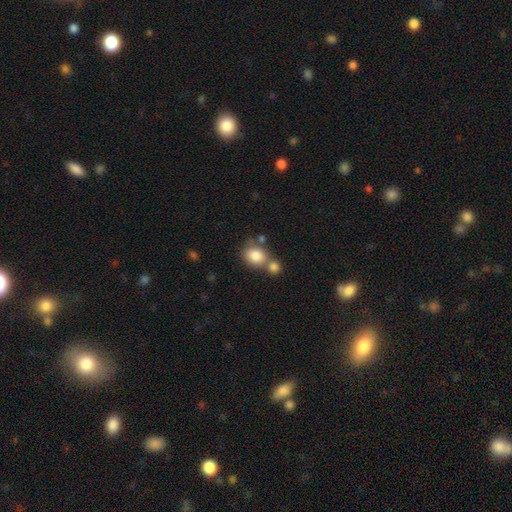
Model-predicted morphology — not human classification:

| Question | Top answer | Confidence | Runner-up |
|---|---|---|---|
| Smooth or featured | smooth | 82% | star or artifact (9%) |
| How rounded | round | 60% | in between (39%) |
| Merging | none | 44% | merger (42%) |